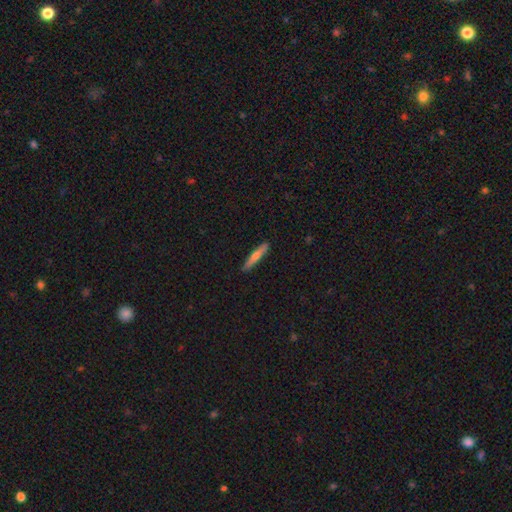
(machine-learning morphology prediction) Smooth or featured? smooth (56%)
How rounded? cigar-shaped (92%)
Merging? none (90%)